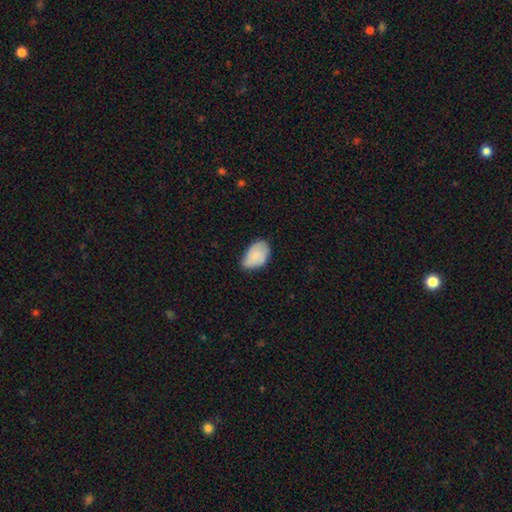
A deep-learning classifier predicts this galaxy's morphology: A smooth galaxy with no disk features (77%) that is in between round and cigar-shaped (90%).

Vote fractions:
- Smooth or featured? smooth: 77% / featured or disk: 17% / star or artifact: 7%
- How rounded? in between: 90% / round: 9% / cigar-shaped: 1%
- Merging? none: 52% / minor disturbance: 39% / major disturbance: 7% / merger: 2%